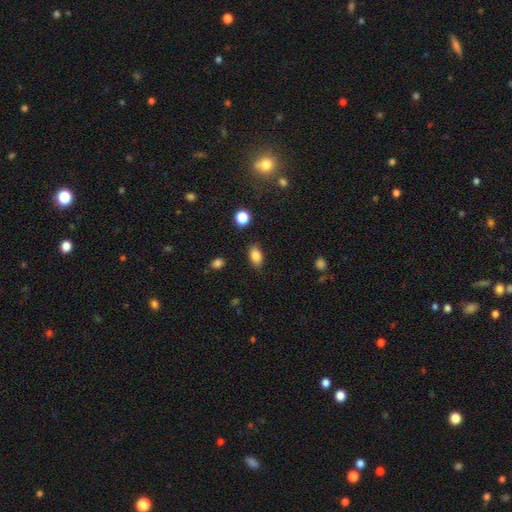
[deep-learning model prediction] This appears to be a smooth galaxy with no disk features (85%) that is in between round and cigar-shaped (88%). Merging: none (83%).